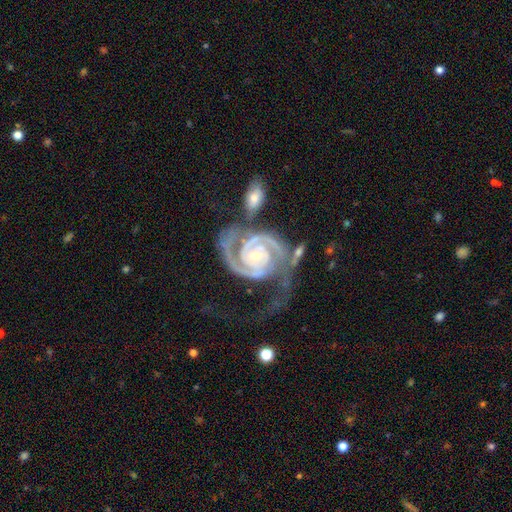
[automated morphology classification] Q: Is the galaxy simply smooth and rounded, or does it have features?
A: featured or disk — 94%.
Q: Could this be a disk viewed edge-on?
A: no — 98%.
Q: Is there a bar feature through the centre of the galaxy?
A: no — 59%.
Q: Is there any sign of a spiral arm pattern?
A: yes — 99%.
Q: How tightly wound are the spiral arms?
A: tight — 67%.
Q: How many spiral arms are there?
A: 2 — 79%.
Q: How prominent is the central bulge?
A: small — 59%.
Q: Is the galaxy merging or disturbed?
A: none — 37%.